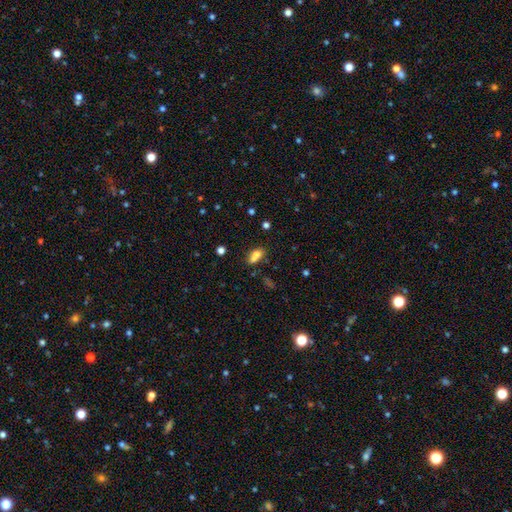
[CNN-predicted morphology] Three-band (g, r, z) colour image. It shows a smooth galaxy with no disk features (73%) that is in between round and cigar-shaped (75%). Merging: merger (39%, tied with none).